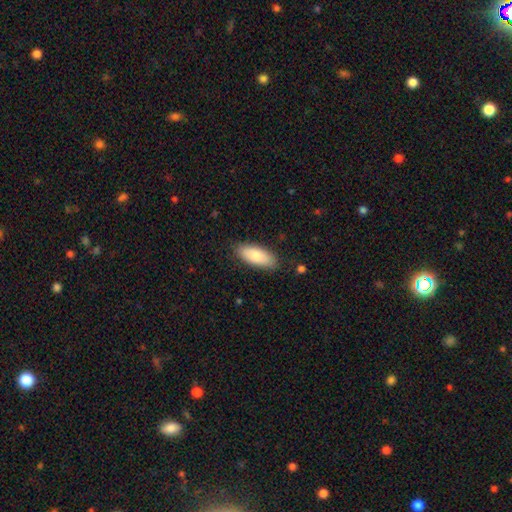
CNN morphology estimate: Smooth or featured: smooth — 80% (featured or disk — 14%)
How rounded: in between — 83% (cigar-shaped — 15%)
Merging: none — 85% (minor disturbance — 12%)